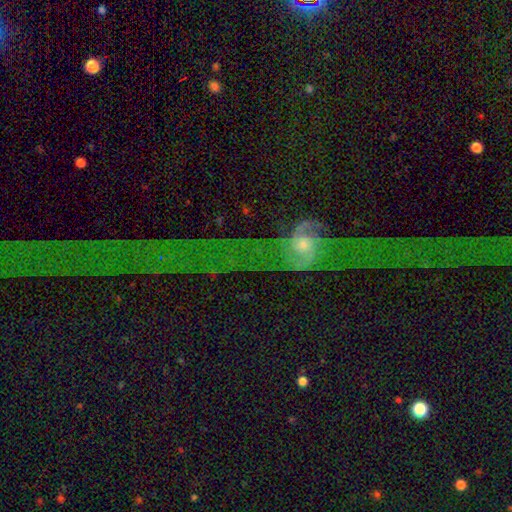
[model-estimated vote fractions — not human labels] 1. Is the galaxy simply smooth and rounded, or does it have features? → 69% featured or disk, 17% star or artifact, 14% smooth.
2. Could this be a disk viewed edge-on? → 65% no, 35% yes.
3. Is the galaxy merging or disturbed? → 42% none, 33% major disturbance, 14% minor disturbance, 10% merger.